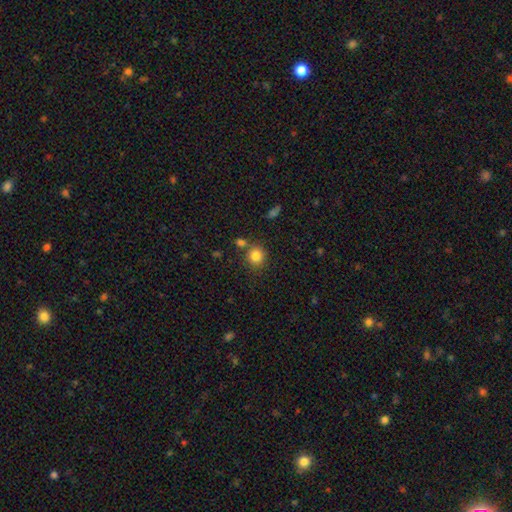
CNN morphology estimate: type=smooth (84%); roundness=round (85%); merging=none (71%).